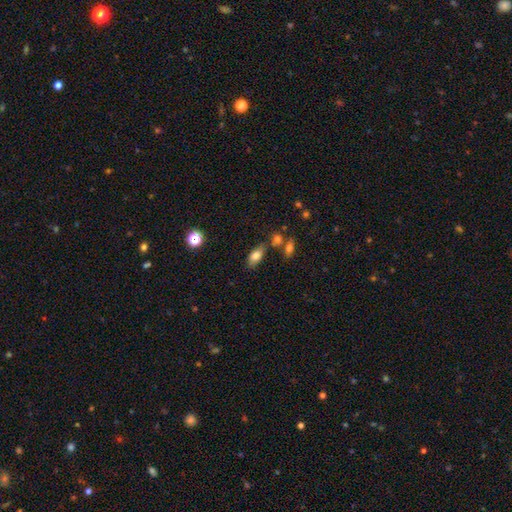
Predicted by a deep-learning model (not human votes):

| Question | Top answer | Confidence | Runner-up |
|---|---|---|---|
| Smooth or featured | smooth | 78% | featured or disk (12%) |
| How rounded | in between | 88% | round (6%) |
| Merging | none | 68% | minor disturbance (16%) |